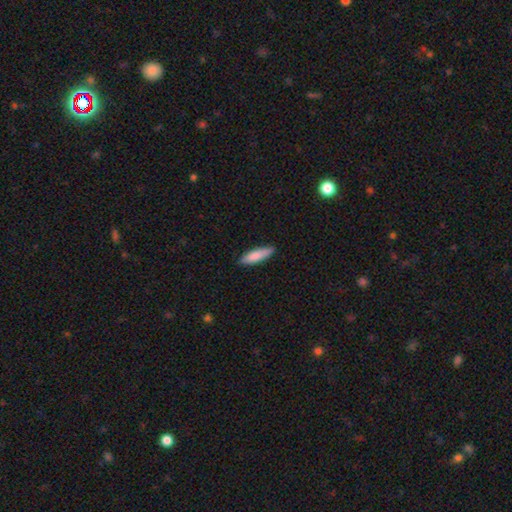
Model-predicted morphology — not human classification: type=smooth (83%); roundness=cigar-shaped (64%); merging=none (86%).